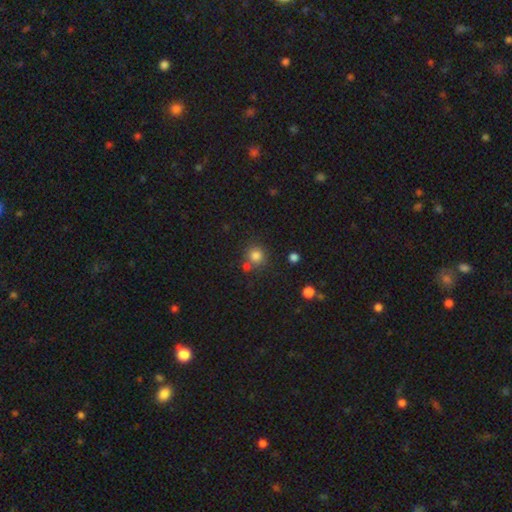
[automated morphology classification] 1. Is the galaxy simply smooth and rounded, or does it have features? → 80% smooth, 13% star or artifact, 6% featured or disk.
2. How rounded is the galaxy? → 90% round, 9% in between, 1% cigar-shaped.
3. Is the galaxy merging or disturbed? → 68% none, 19% merger, 10% minor disturbance, 4% major disturbance.